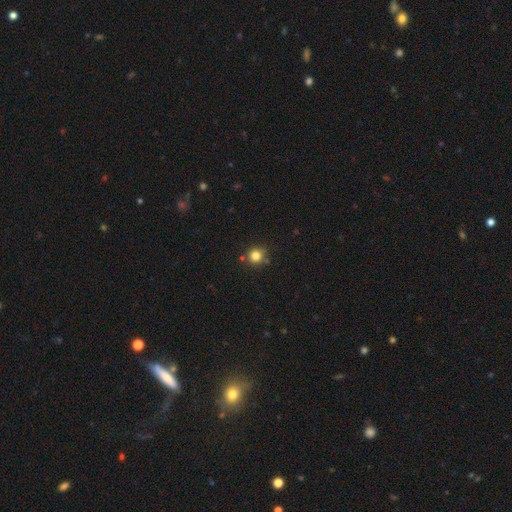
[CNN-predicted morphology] The model was most divided on "merging": none: 79%, minor disturbance: 12%, merger: 7%, major disturbance: 3%. More confident: how rounded — round (91%); smooth or featured — smooth (81%).